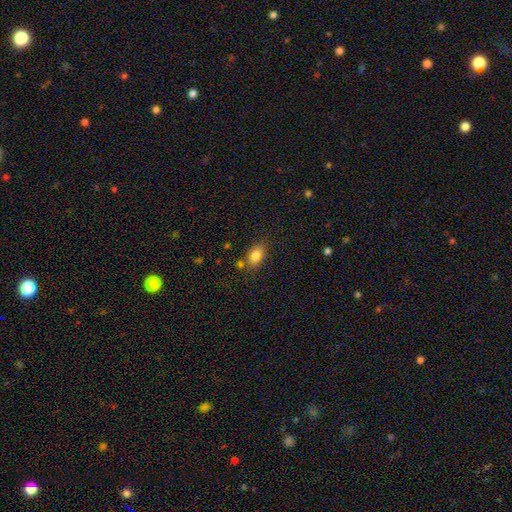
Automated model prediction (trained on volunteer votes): A smooth galaxy with no disk features (81%) that is in between round and cigar-shaped (83%).

Vote fractions:
- Smooth or featured? smooth: 81% / featured or disk: 10% / star or artifact: 9%
- How rounded? in between: 83% / round: 14% / cigar-shaped: 3%
- Merging? none: 72% / minor disturbance: 16% / merger: 8% / major disturbance: 4%